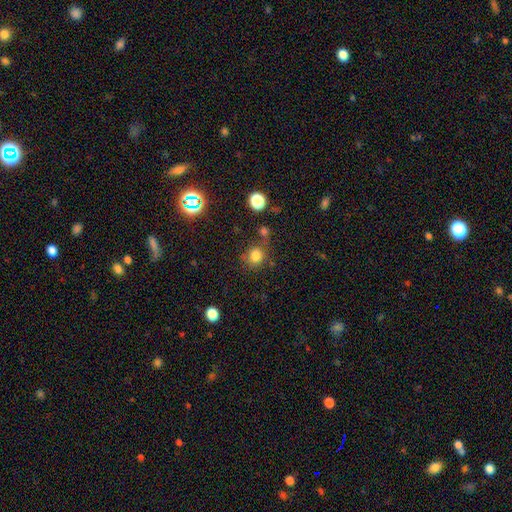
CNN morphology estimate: A smooth galaxy with no disk features (79%) that is round (86%). Merging: none (71%).